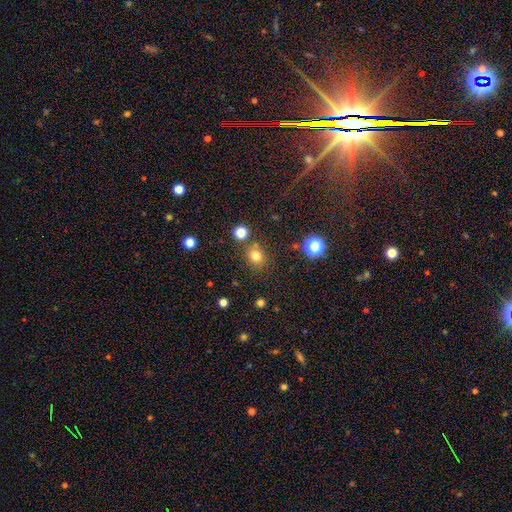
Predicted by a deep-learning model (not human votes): Q: Smooth or featured?
A: smooth (76%); runner-up: star or artifact (17%)
Q: How rounded?
A: round (74%); runner-up: in between (25%)
Q: Merging?
A: none (77%); runner-up: minor disturbance (11%)